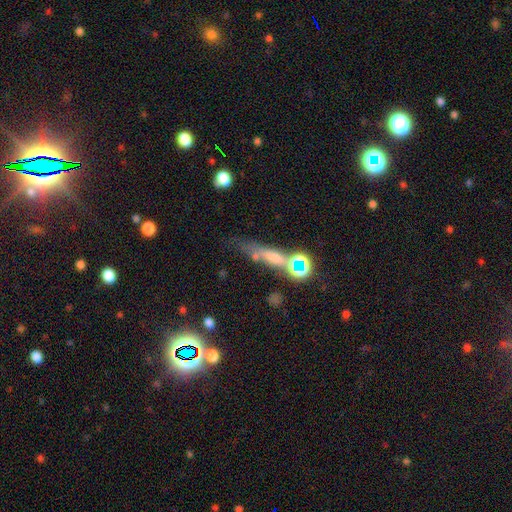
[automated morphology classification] The model was most divided on "smooth or featured": star or artifact: 37%, smooth: 34%, featured or disk: 29%.